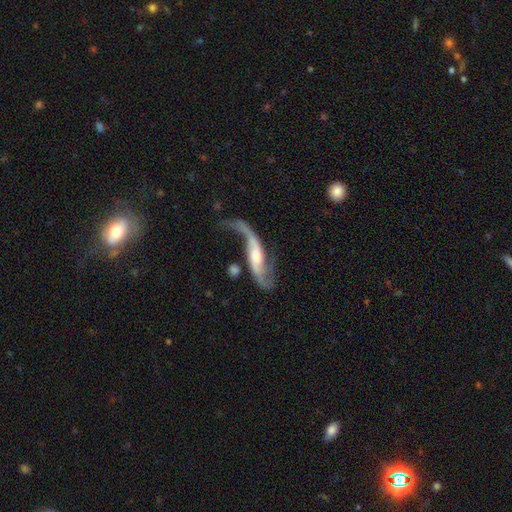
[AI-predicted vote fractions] This appears to be a featured or disk galaxy (83%) with no bar (43%), 2 (88%) loose (88%) spiral arms (93%) and a moderate central bulge (31%). Merging: none (45%).